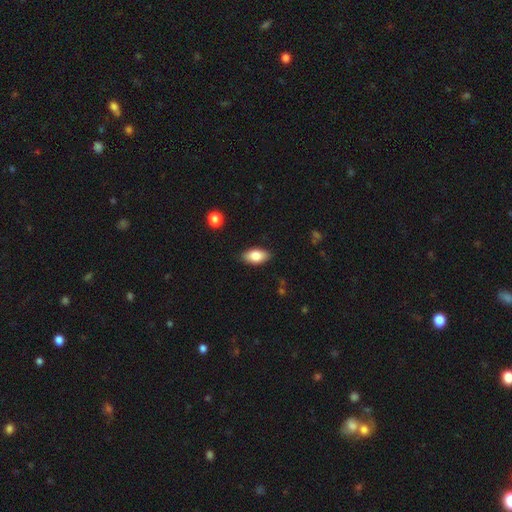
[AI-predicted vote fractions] This appears to be a smooth galaxy with no disk features (82%) that is in between round and cigar-shaped (92%). Merging: none (86%).